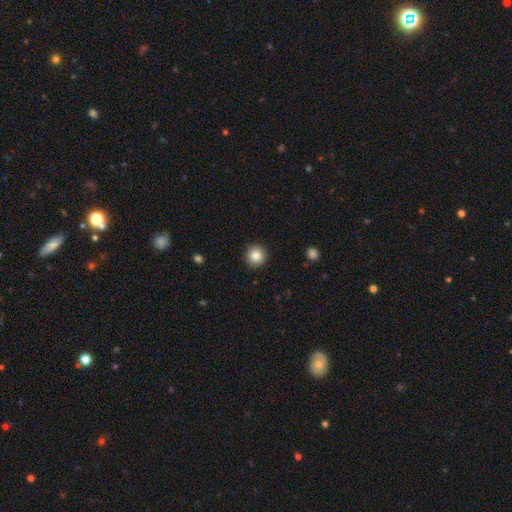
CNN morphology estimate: Smooth or featured? smooth (85%)
How rounded? round (95%)
Merging? none (92%)